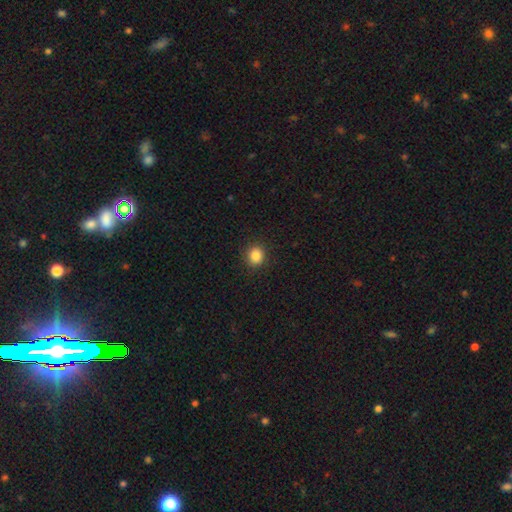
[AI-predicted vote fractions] Smooth or featured? Predicted: smooth (p=0.86). How rounded? Predicted: round (p=0.81). Merging? Predicted: none (p=0.91).